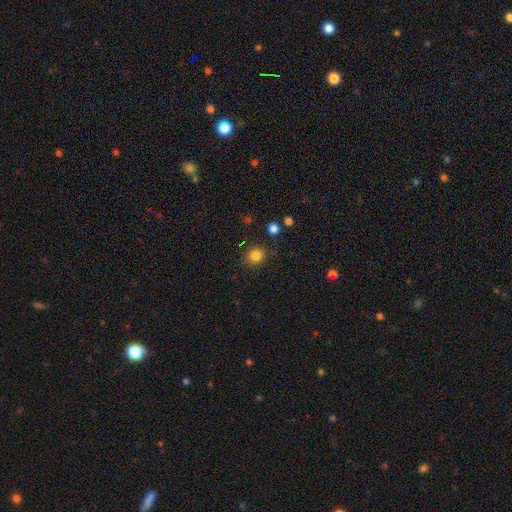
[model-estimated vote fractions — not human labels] Smooth or featured? smooth (83%)
How rounded? round (86%)
Merging? none (83%)